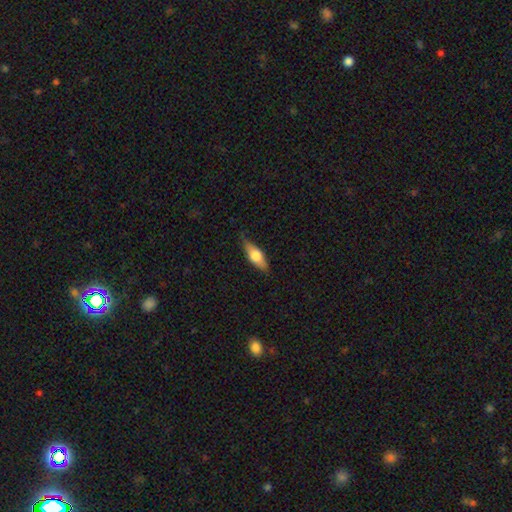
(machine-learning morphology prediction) The model was most divided on "smooth or featured": smooth: 54%, featured or disk: 40%, star or artifact: 6%. More confident: merging — none (82%); how rounded — in between (63%).